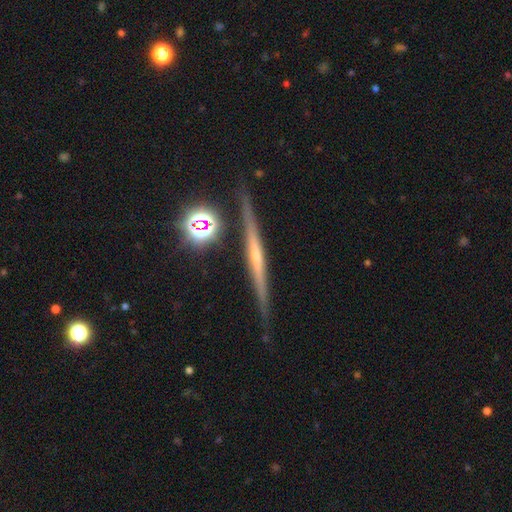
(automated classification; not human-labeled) smooth_or_featured: featured or disk (p=0.75) [alt: smooth p=0.15]
disk_edge_on: yes (p=0.97) [alt: no p=0.03]
edge_on_bulge: none (p=0.47) [alt: rounded p=0.45]
merging: none (p=0.87) [alt: minor disturbance p=0.09]